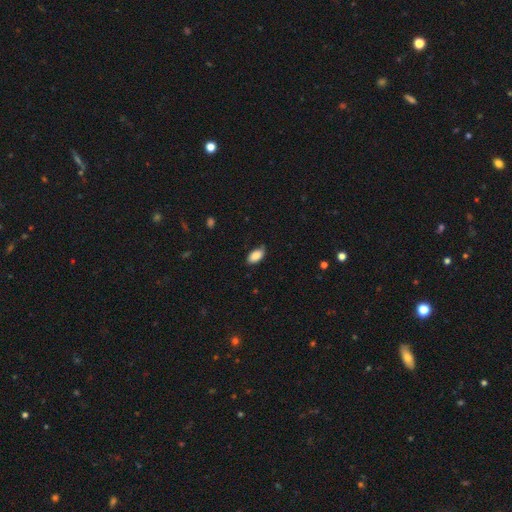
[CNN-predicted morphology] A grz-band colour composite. It shows a smooth galaxy with no disk features (88%) that is in between round and cigar-shaped (94%). Merging: none (77%).